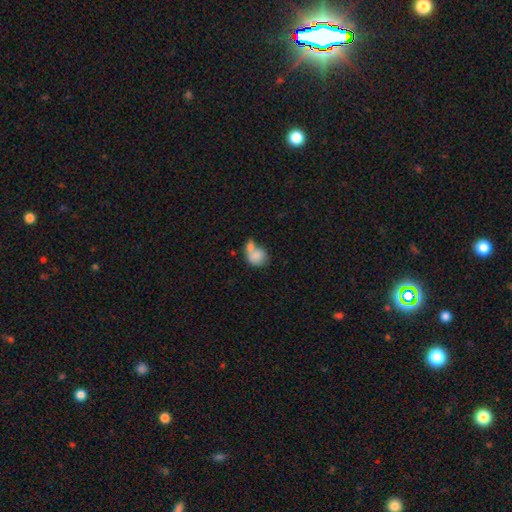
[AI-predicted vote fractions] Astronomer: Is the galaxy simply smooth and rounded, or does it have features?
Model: smooth — 79%.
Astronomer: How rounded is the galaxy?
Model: round — 53% (runner-up: in between, 46%).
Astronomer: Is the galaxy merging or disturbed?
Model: merger — 57%.